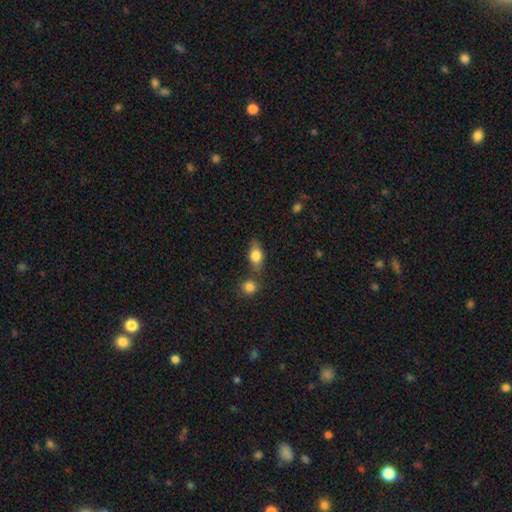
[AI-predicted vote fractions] Smooth or featured? Predicted: smooth (p=0.73). How rounded? Predicted: in between (p=0.77). Merging? Predicted: none (p=0.67).